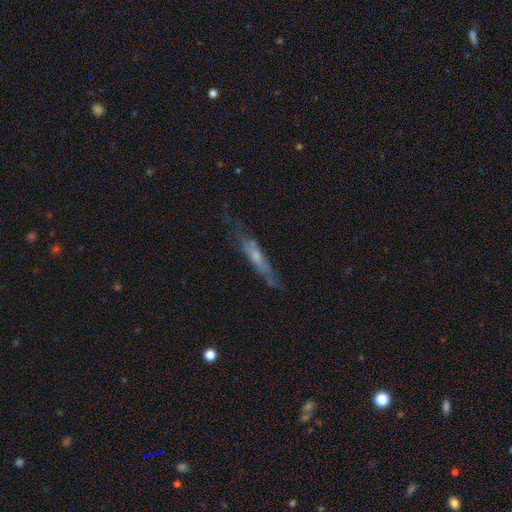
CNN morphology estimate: smooth_or_featured: featured or disk (p=0.55) [alt: smooth p=0.38]
disk_edge_on: yes (p=0.74) [alt: no p=0.26]
merging: none (p=0.63) [alt: minor disturbance p=0.25]